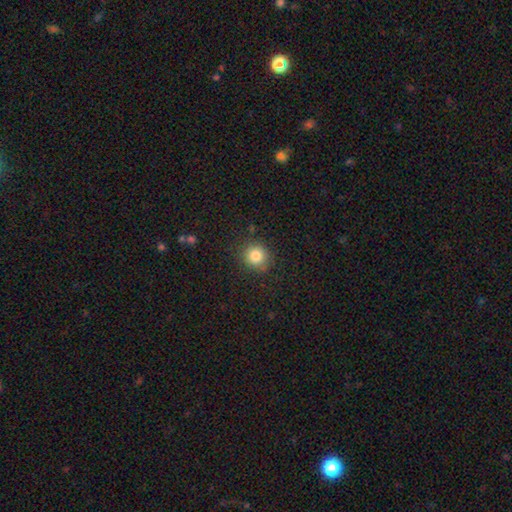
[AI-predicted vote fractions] This is clearly a smooth galaxy (83%). How rounded: clearly round (89%). Merging: clearly none (85%).